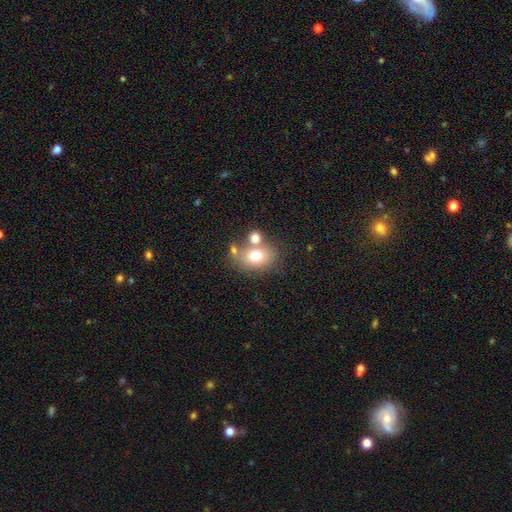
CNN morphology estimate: Smooth or featured? Predicted: smooth (p=0.73). How rounded? Predicted: in between (p=0.65). Merging? Predicted: none (p=0.52).